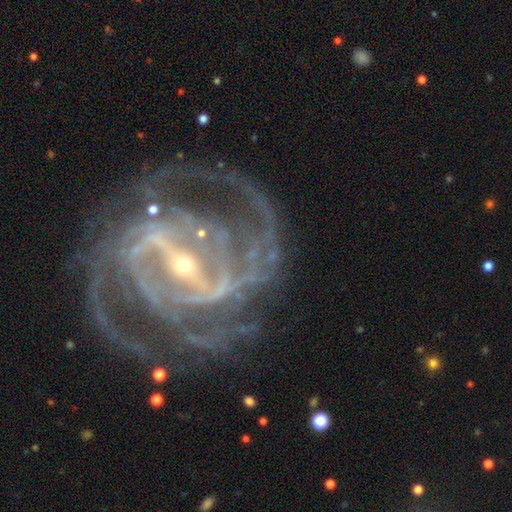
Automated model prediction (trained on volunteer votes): The model was most divided on "spiral winding": medium: 46%, tight: 44%, loose: 10%. Remaining: spiral arms — yes (98%); edge-on disk — no (97%); smooth or featured — featured or disk (92%); bulge size — small (77%); bar — strong (74%); merging — none (70%); spiral arm count — 2 (34%).